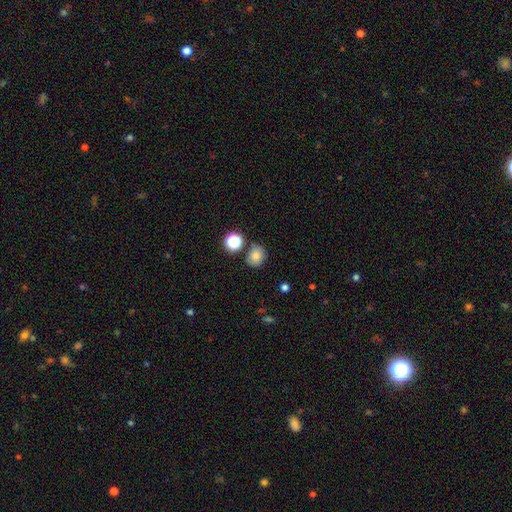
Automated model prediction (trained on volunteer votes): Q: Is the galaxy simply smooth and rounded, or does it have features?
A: smooth — 78%.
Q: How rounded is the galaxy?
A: round — 65%.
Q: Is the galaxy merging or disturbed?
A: none — 74%.